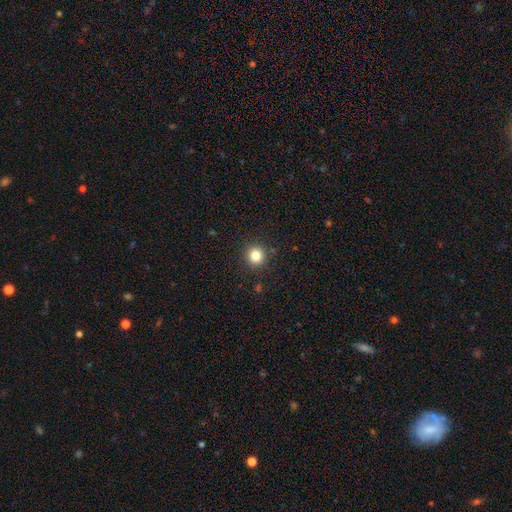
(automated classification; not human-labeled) This appears to be a smooth galaxy with no disk features (83%) that is round (93%). Merging: none (90%).